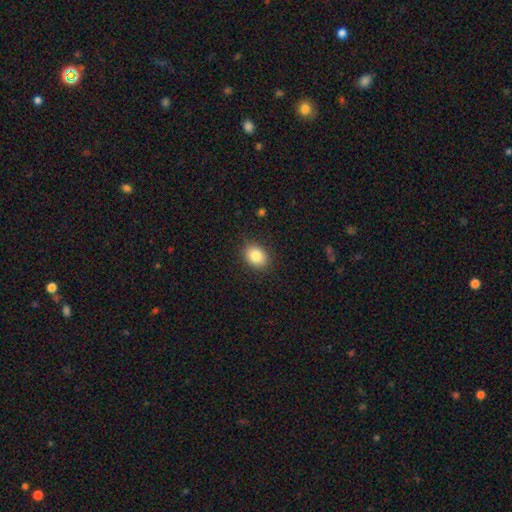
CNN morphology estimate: smooth-or-featured: smooth: 85% | star or artifact: 9% | featured or disk: 6%
  how-rounded: in between: 64% | round: 35% | cigar-shaped: 1%
  merging: none: 86% | minor disturbance: 10% | major disturbance: 3% | merger: 1%